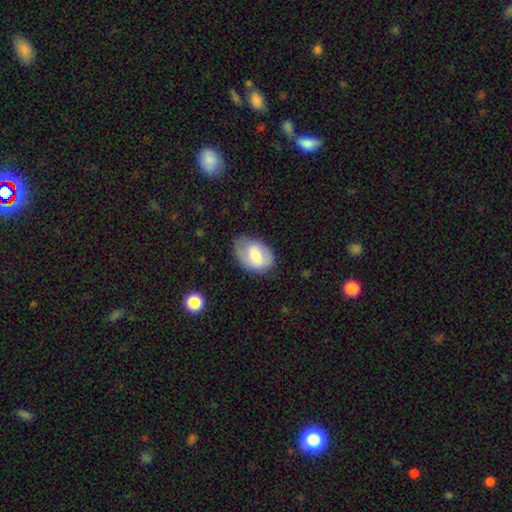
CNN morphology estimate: Smooth or featured? Predicted: smooth (p=0.64). How rounded? Predicted: in between (p=0.82). Merging? Predicted: none (p=0.66).